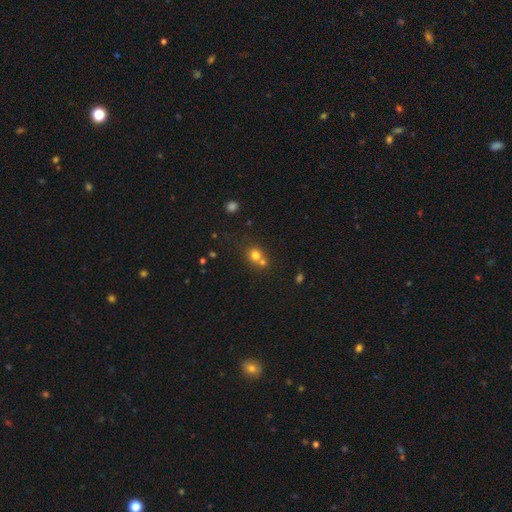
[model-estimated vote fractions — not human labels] Smooth or featured? smooth (74%)
How rounded? round (79%)
Merging? merger (45%)